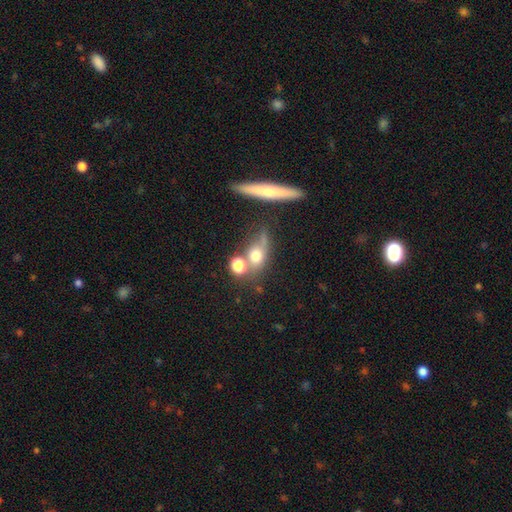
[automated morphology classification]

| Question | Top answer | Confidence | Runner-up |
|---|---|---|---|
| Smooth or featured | smooth | 63% | featured or disk (23%) |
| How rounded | round | 45% | in between (41%) |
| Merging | none | 45% | merger (29%) |